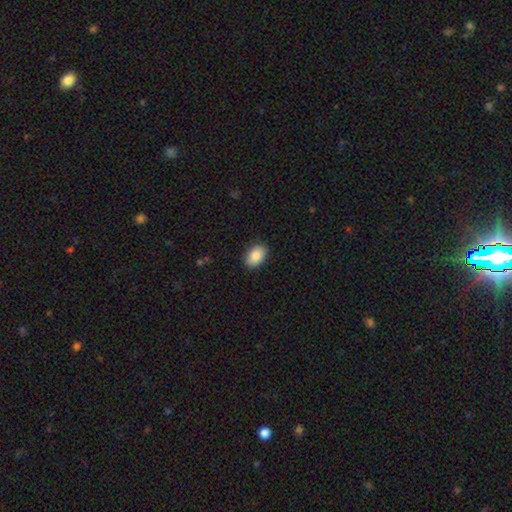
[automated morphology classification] Overall: smooth (89%). How rounded: in between (88%). Merging: none (88%).